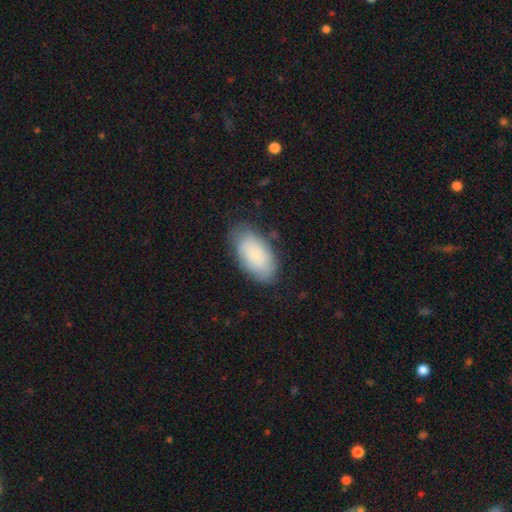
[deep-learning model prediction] Smooth or featured?
  - smooth: 71% *
  - featured or disk: 22%
  - star or artifact: 7%
How rounded?
  - in between: 95% *
  - round: 3%
  - cigar-shaped: 2%
Merging?
  - none: 73% *
  - minor disturbance: 20%
  - major disturbance: 5%
  - merger: 2%